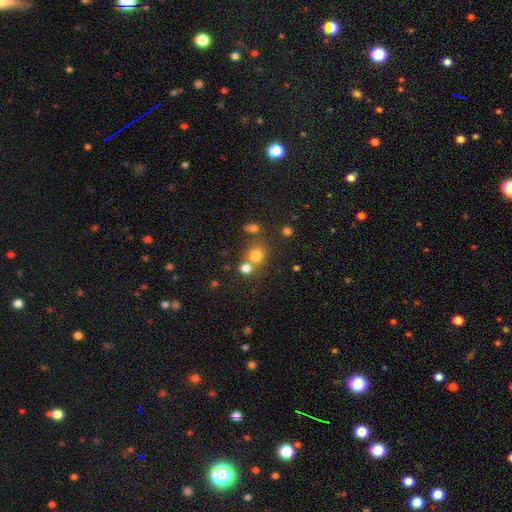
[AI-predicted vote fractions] This appears to be a smooth galaxy with no disk features (76%) that is round (82%). Merging: none (58%).